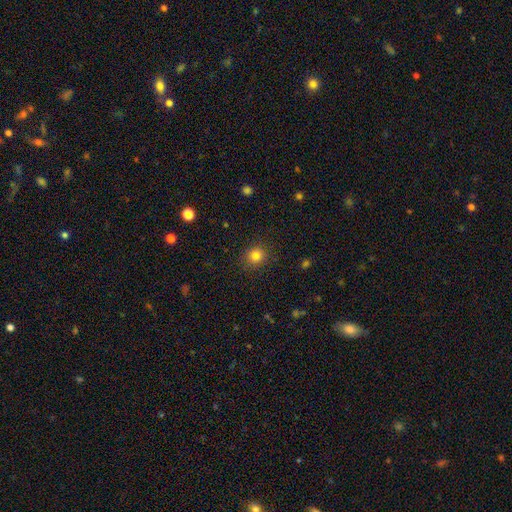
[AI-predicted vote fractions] Smooth or featured? smooth (82%)
How rounded? round (87%)
Merging? none (89%)